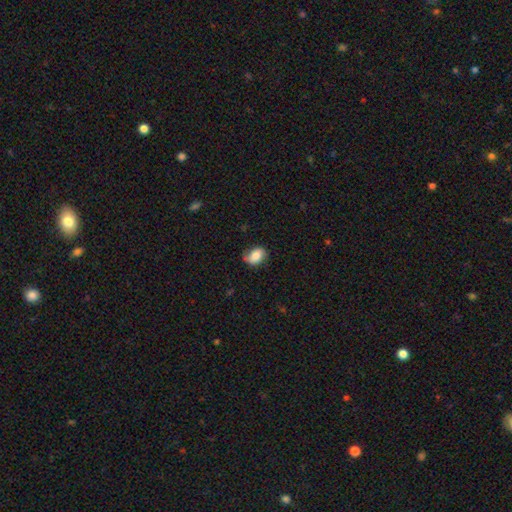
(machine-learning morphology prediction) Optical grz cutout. It shows a smooth galaxy with no disk features (64%) that is in between round and cigar-shaped (77%). Merging: none (68%).